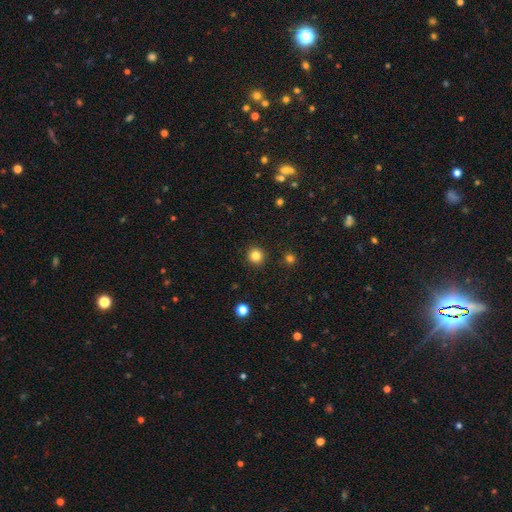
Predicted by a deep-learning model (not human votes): A smooth galaxy with no disk features (83%) that is round (94%). Merging: none (93%).